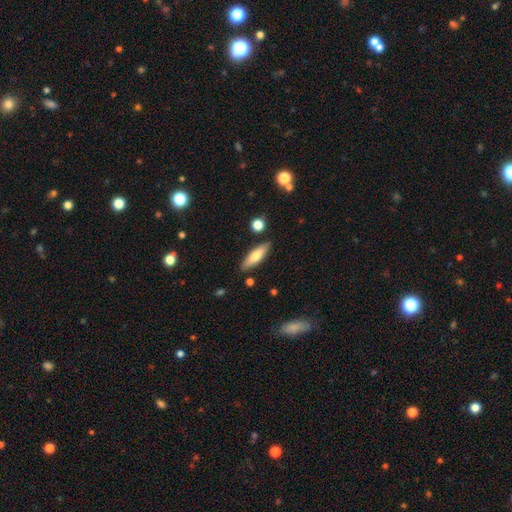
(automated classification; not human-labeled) smooth_or_featured: smooth (p=0.67) [alt: featured or disk p=0.27]
how_rounded: cigar-shaped (p=0.58) [alt: in between p=0.40]
merging: none (p=0.86) [alt: minor disturbance p=0.09]